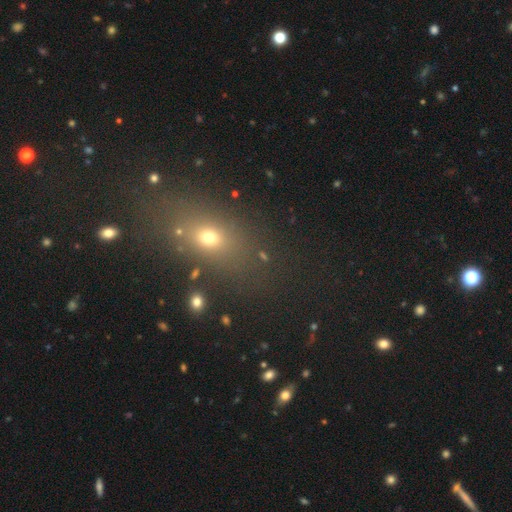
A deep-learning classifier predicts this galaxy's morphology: Smooth or featured? Predicted: smooth (p=0.51). How rounded? Predicted: in between (p=0.57). Merging? Predicted: none (p=0.82).